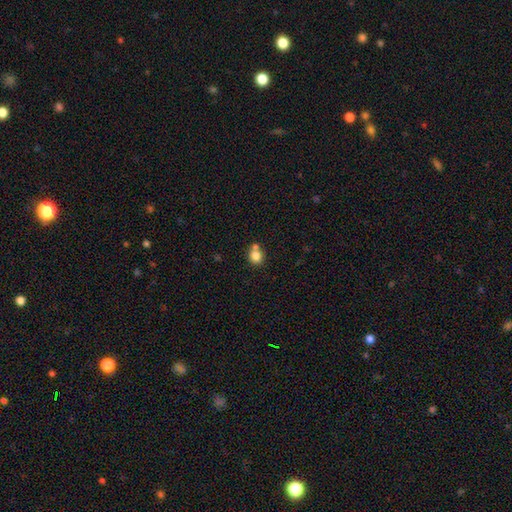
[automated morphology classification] Smooth or featured?
  - smooth: 81% *
  - star or artifact: 11%
  - featured or disk: 8%
How rounded?
  - round: 82% *
  - in between: 18%
  - cigar-shaped: 1%
Merging?
  - none: 55% *
  - merger: 33%
  - minor disturbance: 9%
  - major disturbance: 3%